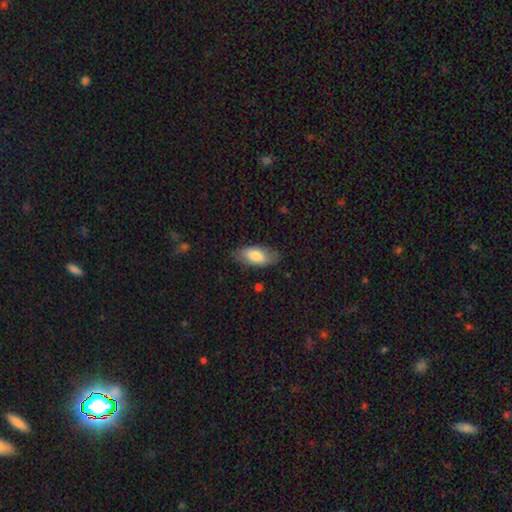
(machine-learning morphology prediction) smooth 77%, featured or disk 17%, star or artifact 6%. Down the decision tree: how rounded — in between (88%); merging — none (78%).